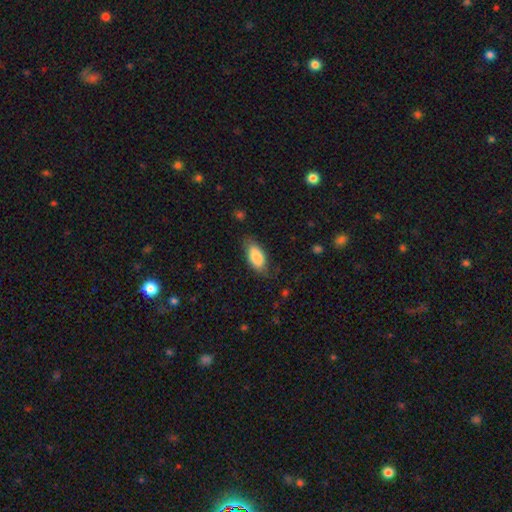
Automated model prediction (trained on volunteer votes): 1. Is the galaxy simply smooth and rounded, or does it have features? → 83% smooth, 11% featured or disk, 6% star or artifact.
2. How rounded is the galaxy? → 89% in between, 8% cigar-shaped, 3% round.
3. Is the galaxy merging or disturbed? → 72% none, 21% minor disturbance, 5% major disturbance, 1% merger.